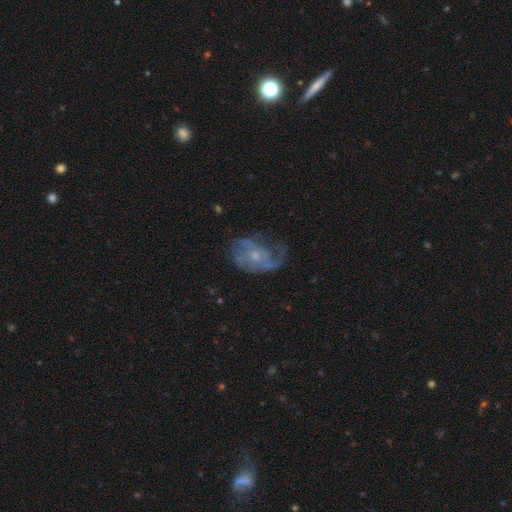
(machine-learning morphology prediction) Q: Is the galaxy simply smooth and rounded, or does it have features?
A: featured or disk — 75%.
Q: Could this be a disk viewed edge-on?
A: no — 97%.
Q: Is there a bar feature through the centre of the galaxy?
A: no — 75%.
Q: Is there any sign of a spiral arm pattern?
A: yes — 81%.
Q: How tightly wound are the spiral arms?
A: loose — 40%.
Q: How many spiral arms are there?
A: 2 — 32%.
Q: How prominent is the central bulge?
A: small — 64%.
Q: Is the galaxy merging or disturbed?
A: none — 43%.